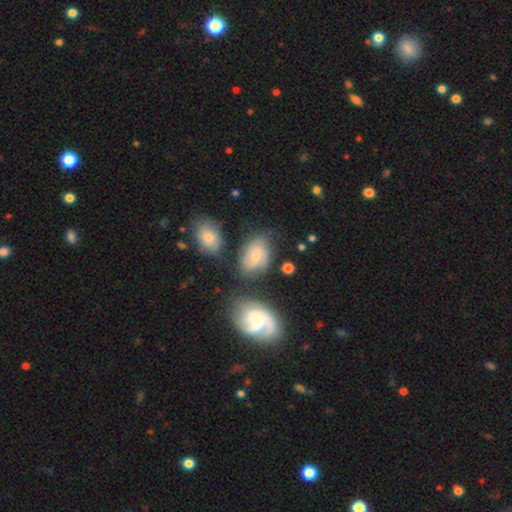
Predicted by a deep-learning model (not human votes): A featured or disk galaxy (65%) with no bar (57%), 2 (36%) tight (44%) spiral arms (91%) and a small central bulge (60%).

Vote fractions:
- Smooth or featured? featured or disk: 65% / smooth: 26% / star or artifact: 9%
- Edge-on disk? no: 96% / yes: 4%
- Bar? no: 57% / weak: 37% / strong: 6%
- Spiral arms? yes: 91% / no: 9%
- Spiral winding? tight: 44% / medium: 41% / loose: 16%
- Spiral arm count? 2: 36% / can't tell: 29% / 3: 20% / 4: 5% / 1: 5% / more than 4: 4%
- Bulge size? small: 60% / moderate: 34% / none: 3% / large: 2% / dominant: 1%
- Merging? none: 60% / minor disturbance: 21% / merger: 10% / major disturbance: 9%